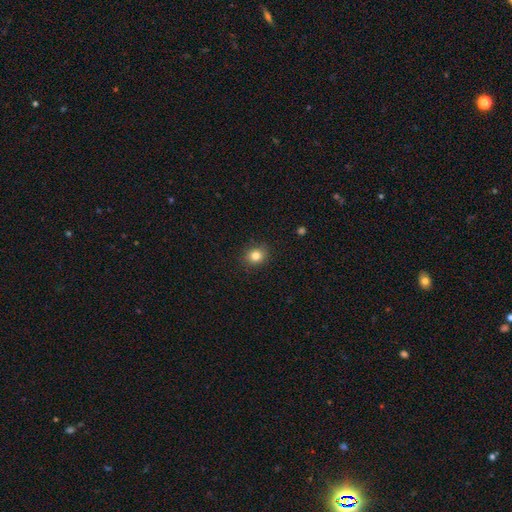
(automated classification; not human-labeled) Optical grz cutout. It shows a smooth galaxy with no disk features (82%) that is round (72%). Merging: none (89%).